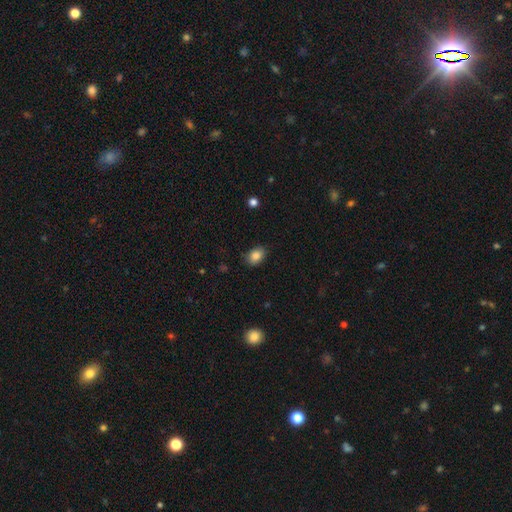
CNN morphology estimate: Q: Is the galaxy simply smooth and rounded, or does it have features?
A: smooth — 85%.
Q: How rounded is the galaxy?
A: in between — 74%.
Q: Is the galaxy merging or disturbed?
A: none — 83%.